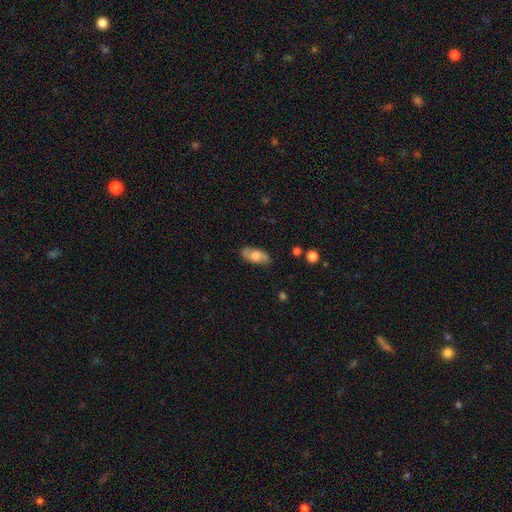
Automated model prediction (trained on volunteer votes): Morphology: type=smooth (55%); roundness=in between (87%); merging=none (82%).